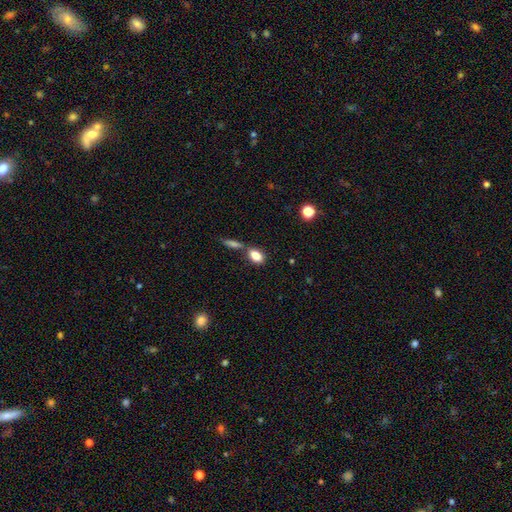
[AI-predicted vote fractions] Smooth or featured?
  - smooth: 83% *
  - star or artifact: 8%
  - featured or disk: 8%
How rounded?
  - in between: 83% *
  - round: 12%
  - cigar-shaped: 4%
Merging?
  - none: 55% *
  - merger: 28%
  - minor disturbance: 13%
  - major disturbance: 5%